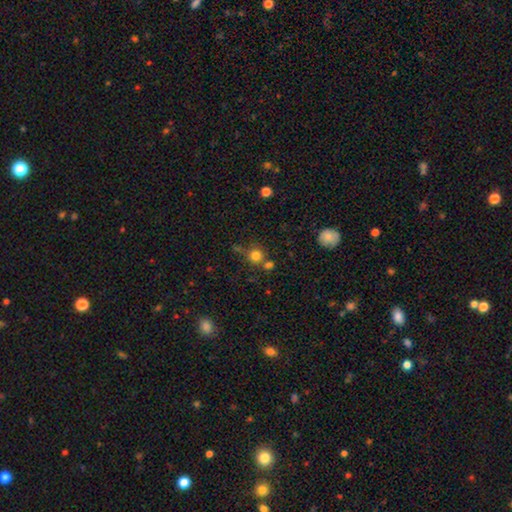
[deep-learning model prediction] The model was most divided on "merging": none: 66%, merger: 20%, minor disturbance: 10%, major disturbance: 4%. More confident: how rounded — round (91%); smooth or featured — smooth (78%).